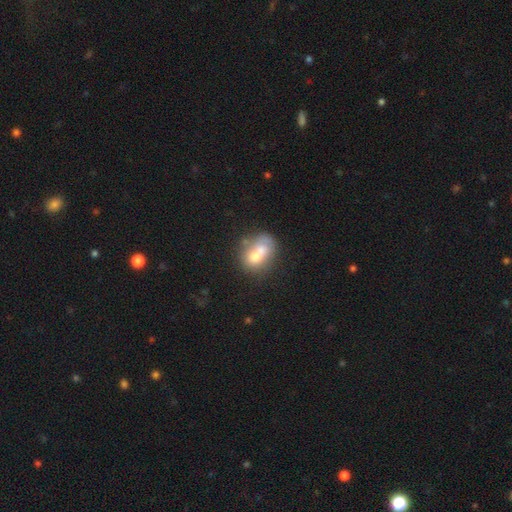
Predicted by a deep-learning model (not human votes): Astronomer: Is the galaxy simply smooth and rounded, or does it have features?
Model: smooth — 60%.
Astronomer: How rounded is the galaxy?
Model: in between — 62%.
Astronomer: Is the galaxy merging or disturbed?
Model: merger — 54%.